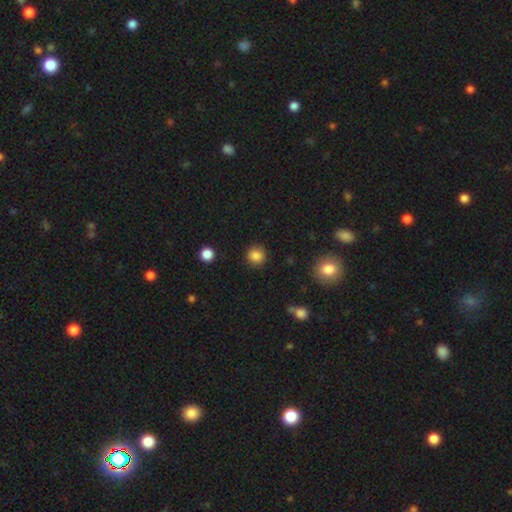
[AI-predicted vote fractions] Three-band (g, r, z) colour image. It shows a smooth galaxy with no disk features (85%) that is round (90%). Merging: none (90%).